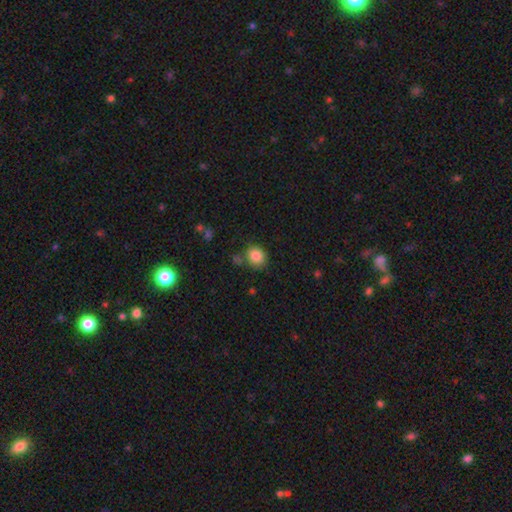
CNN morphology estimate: Q: Smooth or featured?
A: smooth (85%); runner-up: star or artifact (9%)
Q: How rounded?
A: round (71%); runner-up: in between (28%)
Q: Merging?
A: none (70%); runner-up: minor disturbance (16%)